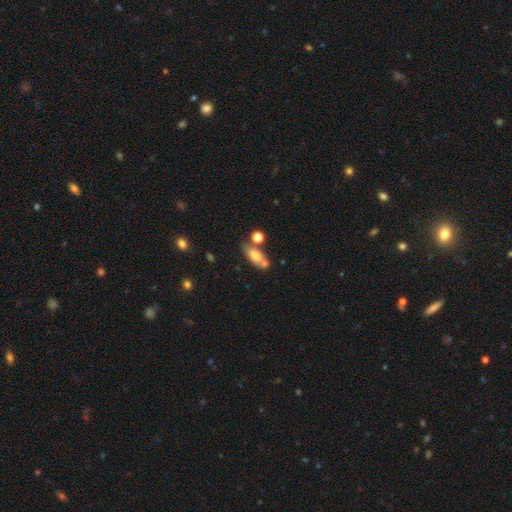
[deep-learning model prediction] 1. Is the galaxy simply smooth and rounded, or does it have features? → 69% smooth, 22% featured or disk, 10% star or artifact.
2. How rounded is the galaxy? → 77% in between, 17% cigar-shaped, 6% round.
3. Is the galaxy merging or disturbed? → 50% none, 24% merger, 18% minor disturbance, 7% major disturbance.